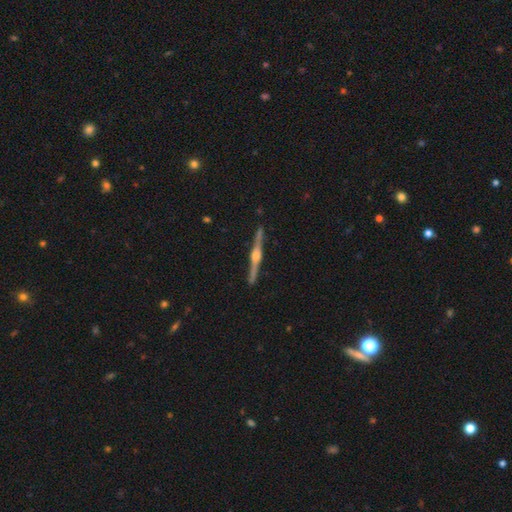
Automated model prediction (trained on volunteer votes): smooth_or_featured: featured or disk (p=0.88) [alt: smooth p=0.08]
disk_edge_on: yes (p=0.99) [alt: no p=0.01]
edge_on_bulge: rounded (p=0.89) [alt: boxy p=0.08]
merging: none (p=0.92) [alt: minor disturbance p=0.05]